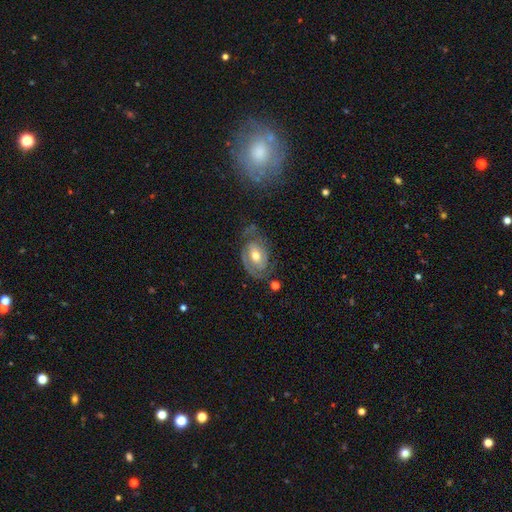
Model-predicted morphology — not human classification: smooth-or-featured: featured or disk: 75% | smooth: 19% | star or artifact: 6%
  disk-edge-on: no: 96% | yes: 4%
    bar: no: 56% | weak: 34% | strong: 10%
    has-spiral-arms: yes: 86% | no: 14%
      spiral-winding: tight: 52% | medium: 35% | loose: 13%
      spiral-arm-count: 2: 66% | can't tell: 17% | 1: 10% | 3: 4% | 4: 2% | more than 4: 2%
    bulge-size: moderate: 73% | small: 15% | large: 9% | none: 1% | dominant: 1%
  merging: none: 57% | minor disturbance: 23% | major disturbance: 16% | merger: 3%